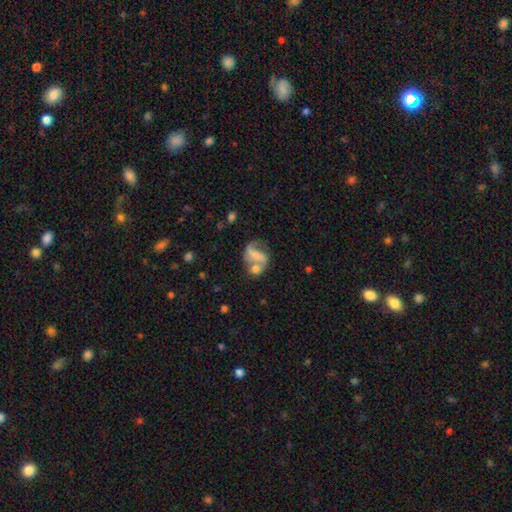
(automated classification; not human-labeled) This is possibly a featured or disk galaxy (49%). Merging: marginally merger (38%).